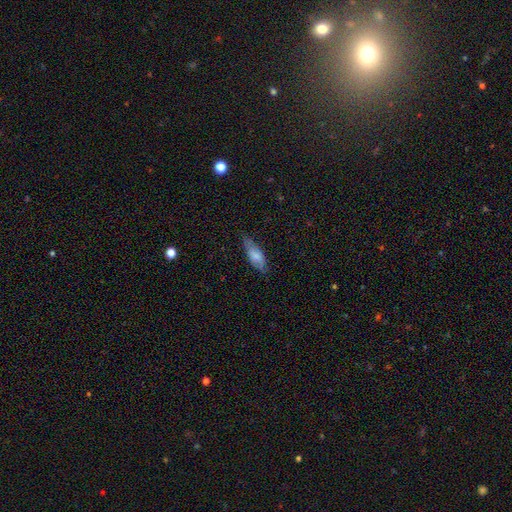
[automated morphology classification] This appears to be a smooth galaxy with no disk features (70%) that is in between round and cigar-shaped (69%). Merging: none (63%).